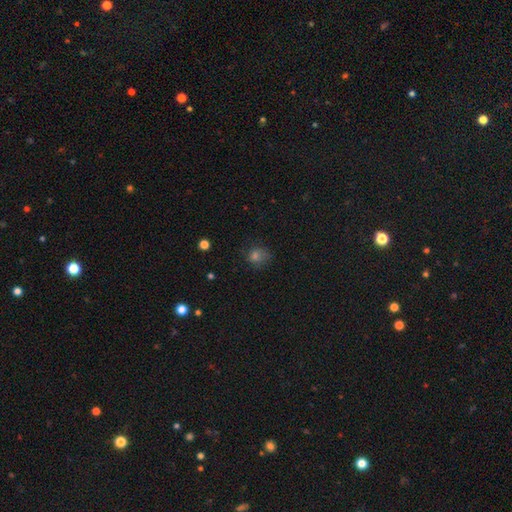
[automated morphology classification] Smooth or featured? smooth (68%)
How rounded? round (72%)
Merging? none (64%)